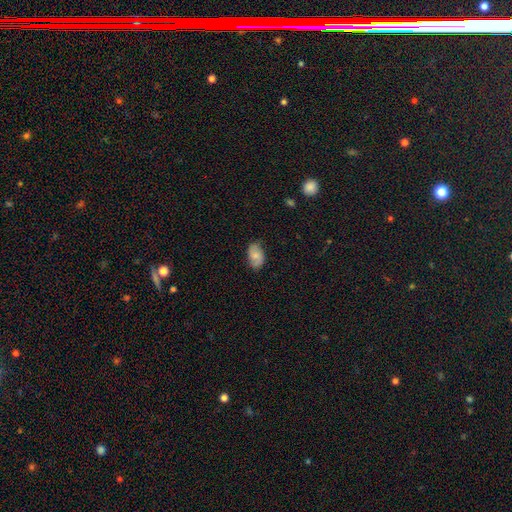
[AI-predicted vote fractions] Smooth or featured?
  - smooth: 64% *
  - featured or disk: 28%
  - star or artifact: 7%
How rounded?
  - in between: 92% *
  - round: 6%
  - cigar-shaped: 2%
Merging?
  - none: 76% *
  - minor disturbance: 20%
  - major disturbance: 4%
  - merger: 1%